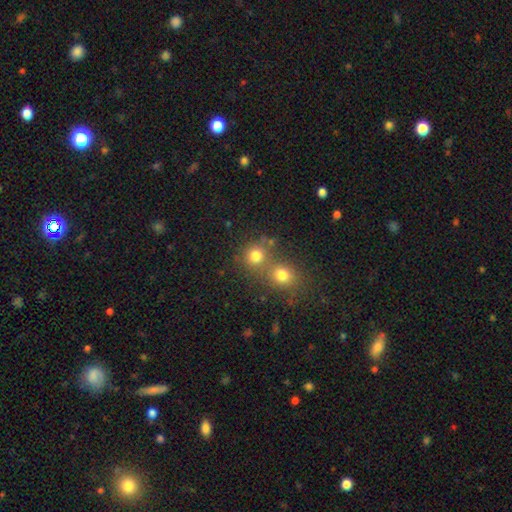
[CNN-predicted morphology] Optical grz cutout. It shows a smooth galaxy with no disk features (78%) that is round (87%). Merging: none (50%).